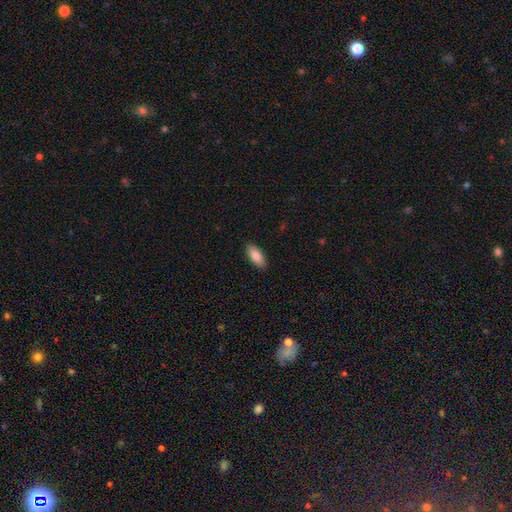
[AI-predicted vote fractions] smooth 85%, featured or disk 9%, star or artifact 6%. Down the decision tree: how rounded — in between (83%); merging — none (89%).